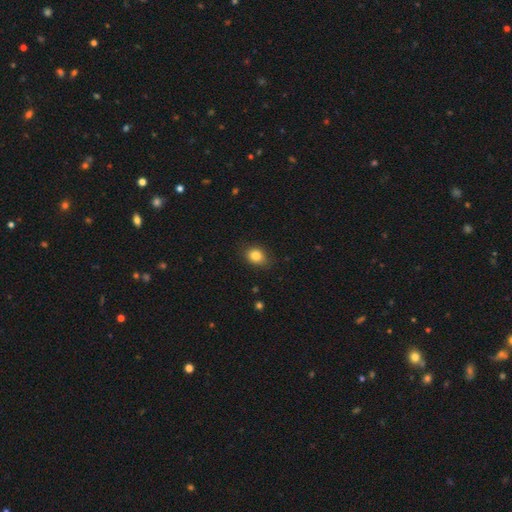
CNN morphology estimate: Smooth or featured: smooth — 84% (star or artifact — 10%)
How rounded: round — 50% (in between — 49%)
Merging: none — 82% (minor disturbance — 14%)